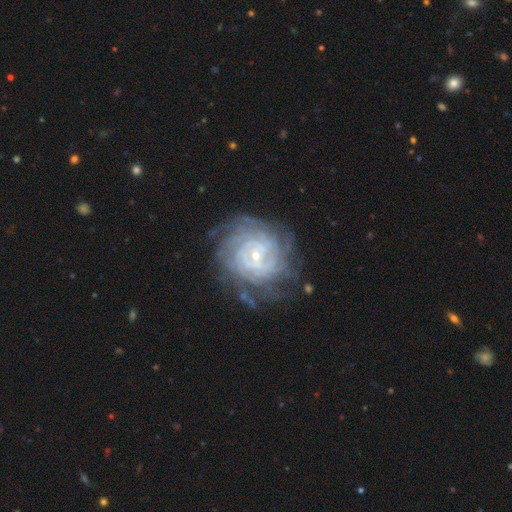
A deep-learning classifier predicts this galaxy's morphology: smooth-or-featured: featured or disk: 87% | smooth: 7% | star or artifact: 6%
  disk-edge-on: no: 97% | yes: 3%
    bar: no: 58% | weak: 32% | strong: 10%
    has-spiral-arms: yes: 96% | no: 4%
      spiral-winding: tight: 82% | medium: 15% | loose: 3%
      spiral-arm-count: can't tell: 37% | 4: 18% | more than 4: 16% | 2: 11% | 3: 11% | 1: 7%
    bulge-size: small: 82% | moderate: 15% | none: 2% | large: 1% | dominant: 1%
  merging: none: 72% | minor disturbance: 17% | major disturbance: 9% | merger: 2%